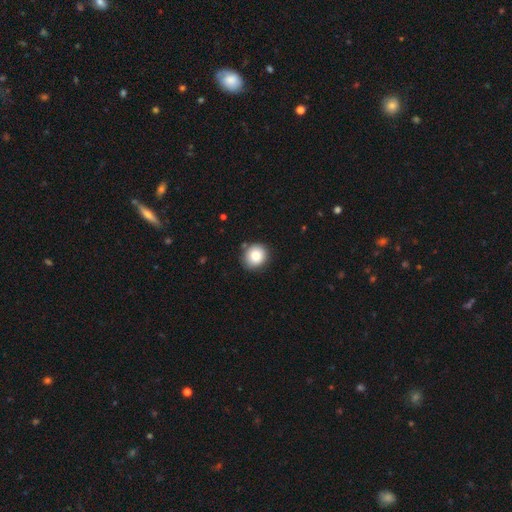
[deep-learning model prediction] Smooth or featured: smooth — 83% (star or artifact — 9%)
How rounded: round — 88% (in between — 11%)
Merging: none — 85% (minor disturbance — 11%)